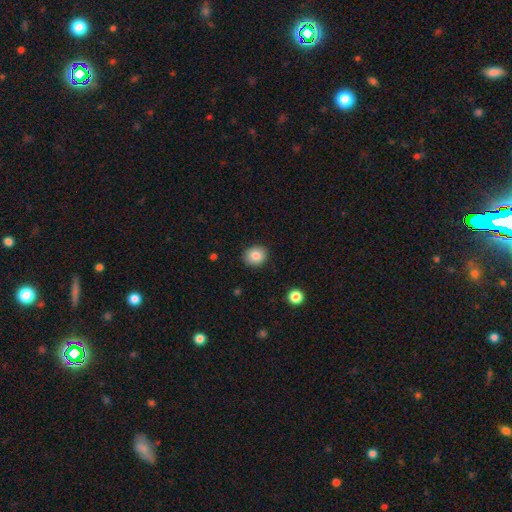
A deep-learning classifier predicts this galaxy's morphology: Overall: smooth (84%). How rounded: round (71%). Merging: none (89%).